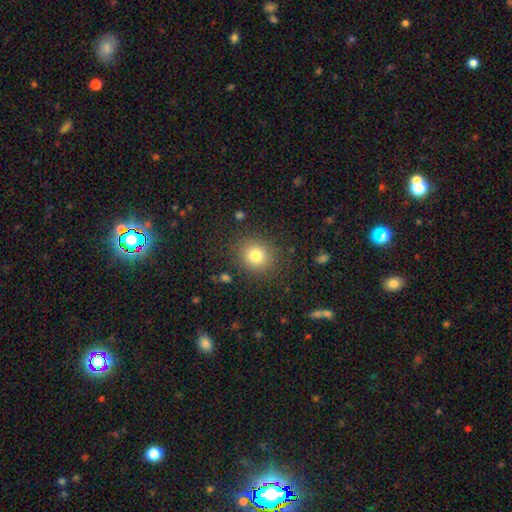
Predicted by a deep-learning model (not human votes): Q: Smooth or featured?
A: smooth (80%); runner-up: star or artifact (12%)
Q: How rounded?
A: round (82%); runner-up: in between (18%)
Q: Merging?
A: none (86%); runner-up: minor disturbance (9%)